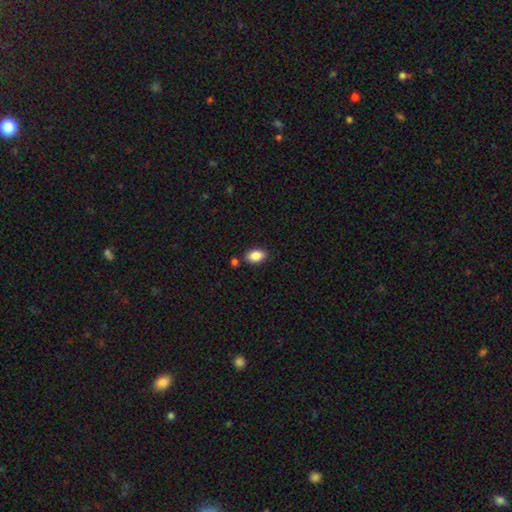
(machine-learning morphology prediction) Q: Smooth or featured?
A: smooth (88%); runner-up: star or artifact (8%)
Q: How rounded?
A: in between (88%); runner-up: round (11%)
Q: Merging?
A: none (81%); runner-up: minor disturbance (11%)